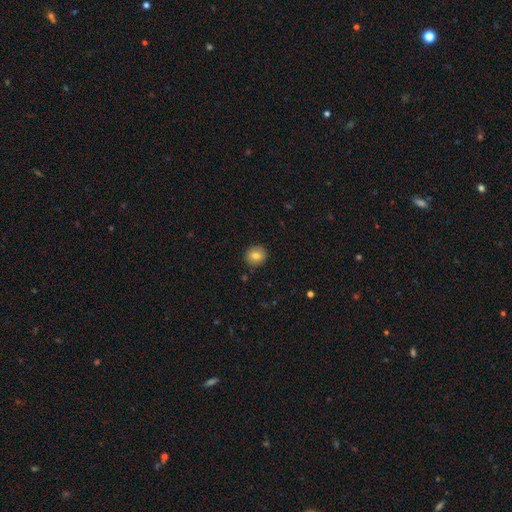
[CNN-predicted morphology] This appears to be a smooth galaxy with no disk features (79%) that is round (87%). Merging: none (90%).